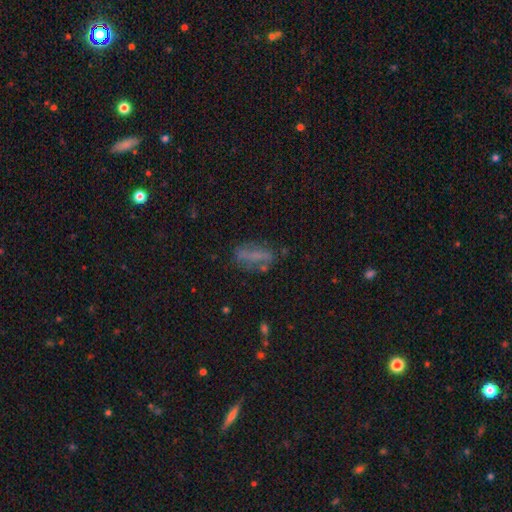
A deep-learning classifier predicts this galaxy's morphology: Q: Smooth or featured?
A: smooth (53%); runner-up: featured or disk (35%)
Q: How rounded?
A: in between (51%); runner-up: cigar-shaped (44%)
Q: Merging?
A: none (59%); runner-up: minor disturbance (22%)